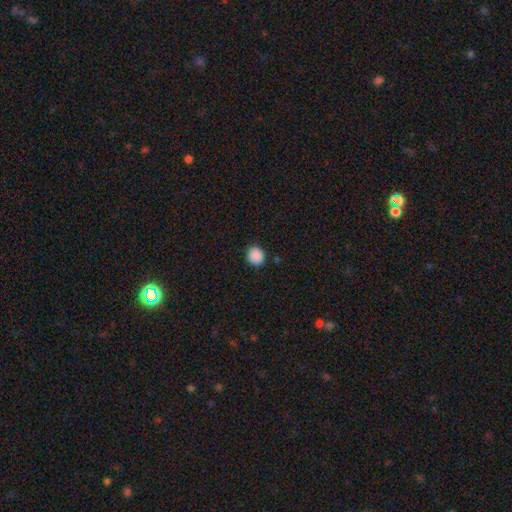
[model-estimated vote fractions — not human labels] smooth_or_featured: smooth (p=0.88) [alt: star or artifact p=0.09]
how_rounded: round (p=0.86) [alt: in between p=0.13]
merging: none (p=0.88) [alt: minor disturbance p=0.08]